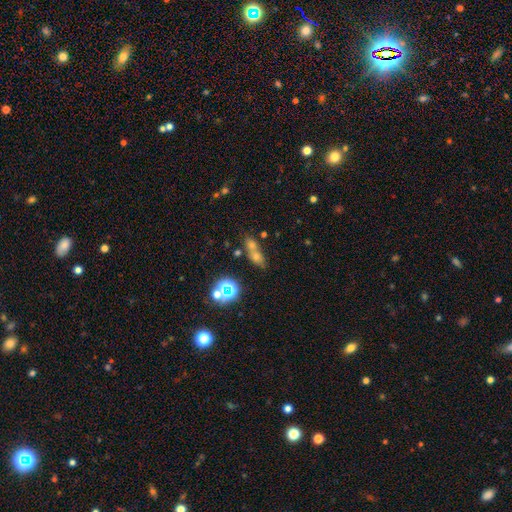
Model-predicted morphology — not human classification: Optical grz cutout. It shows a smooth galaxy with no disk features (46%). Merging: merger (43%).